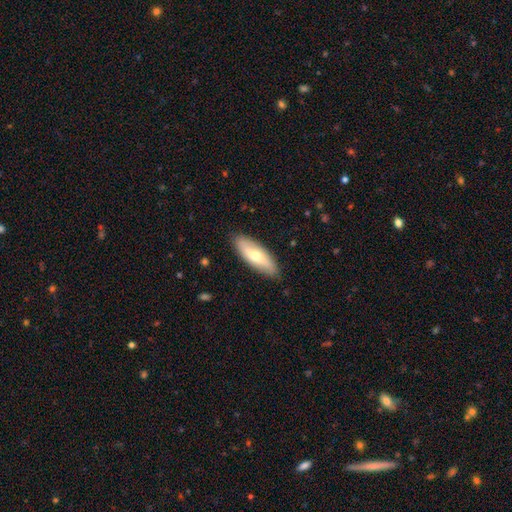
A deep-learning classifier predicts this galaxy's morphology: type=smooth (60%); roundness=in between (63%); merging=none (87%).